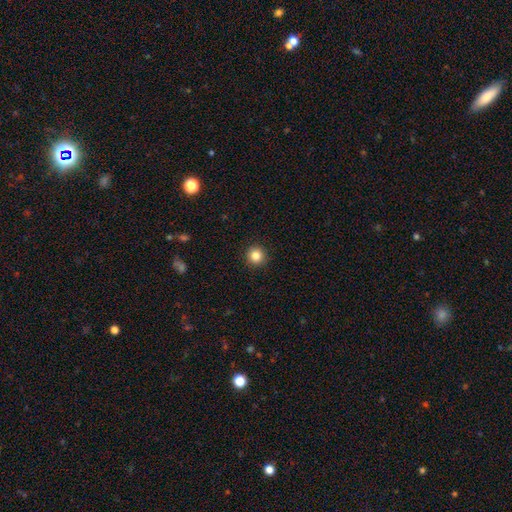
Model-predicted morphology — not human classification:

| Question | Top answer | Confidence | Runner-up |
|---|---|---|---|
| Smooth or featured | smooth | 84% | star or artifact (11%) |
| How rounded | round | 95% | in between (4%) |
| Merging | none | 93% | minor disturbance (5%) |